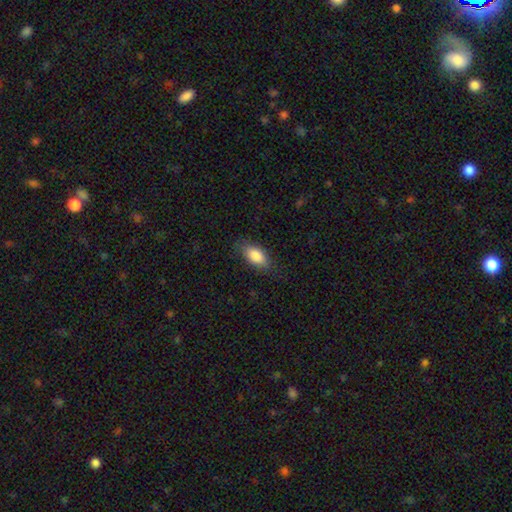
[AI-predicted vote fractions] A smooth galaxy with no disk features (85%) that is in between round and cigar-shaped (90%). Merging: none (80%).